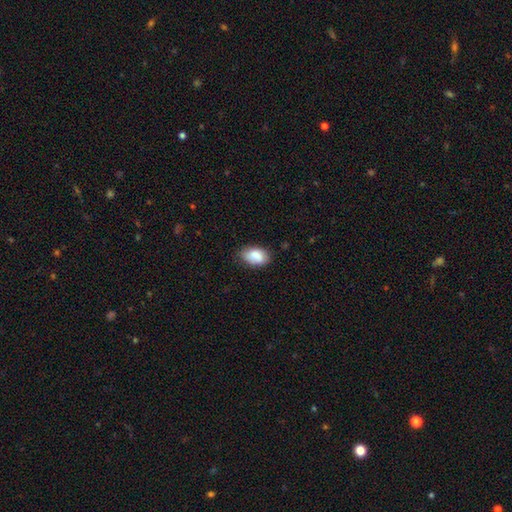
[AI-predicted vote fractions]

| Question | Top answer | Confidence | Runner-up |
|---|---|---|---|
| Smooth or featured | smooth | 85% | featured or disk (8%) |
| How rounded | in between | 92% | round (7%) |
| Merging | none | 75% | minor disturbance (20%) |